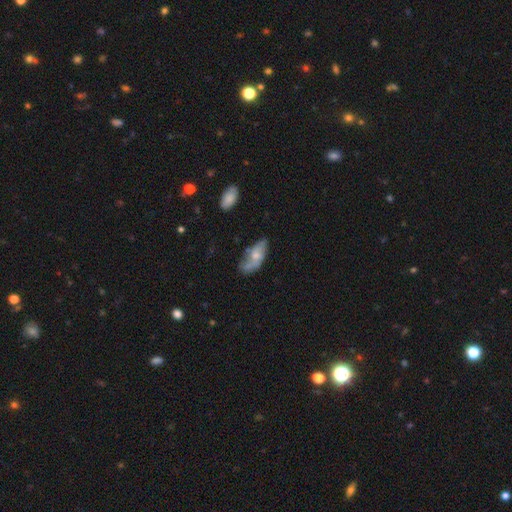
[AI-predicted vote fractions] Overall: smooth (49%; featured or disk 44%). Merging: none (44%; minor disturbance 32%).